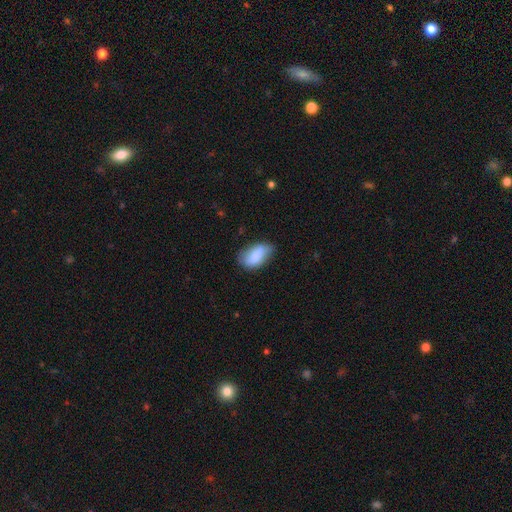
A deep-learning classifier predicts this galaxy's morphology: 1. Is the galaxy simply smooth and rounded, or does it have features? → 79% smooth, 14% featured or disk, 7% star or artifact.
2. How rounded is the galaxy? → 92% in between, 5% round, 4% cigar-shaped.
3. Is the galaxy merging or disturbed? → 59% none, 32% minor disturbance, 7% major disturbance, 2% merger.